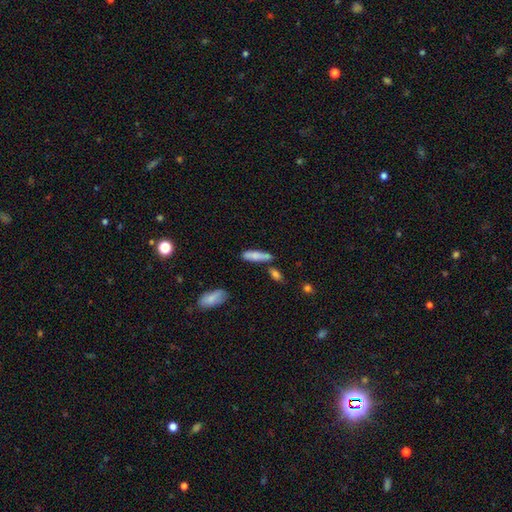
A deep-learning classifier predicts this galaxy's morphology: This appears to be a smooth galaxy with no disk features (76%) that is cigar-shaped (70%). Merging: none (62%).